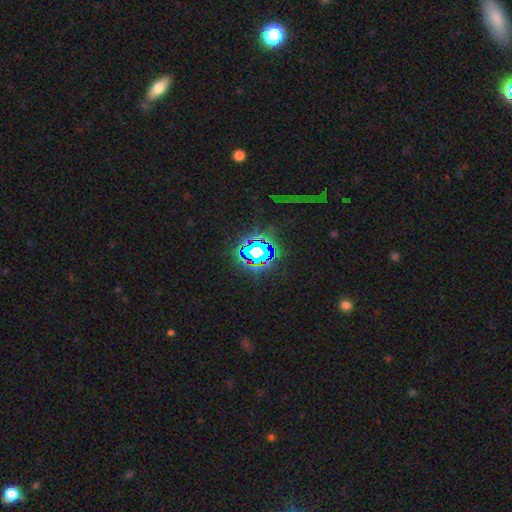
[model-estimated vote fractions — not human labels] Smooth or featured: star or artifact — 74% (featured or disk — 14%)